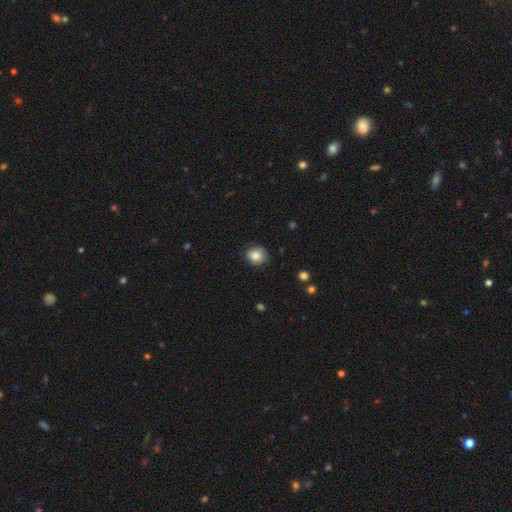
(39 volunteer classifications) A smooth galaxy with no disk features (85%) that is round (79%).

Vote fractions:
- Smooth or featured? smooth: 85% / featured or disk: 15% / star or artifact: 0%
- How rounded? round: 79% / in between: 21% / cigar-shaped: 0%
- Merging? none: 67% / minor disturbance: 23% / major disturbance: 10% / merger: 0%